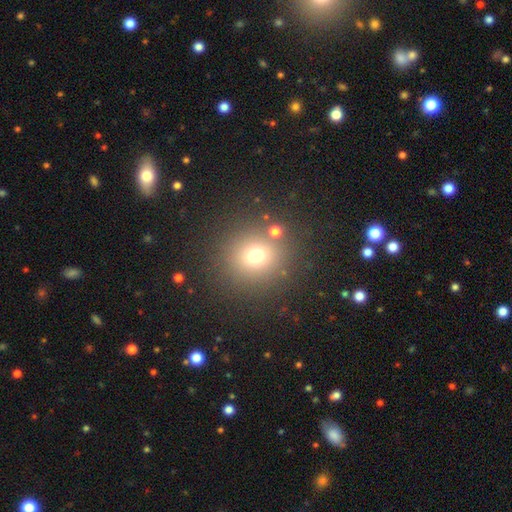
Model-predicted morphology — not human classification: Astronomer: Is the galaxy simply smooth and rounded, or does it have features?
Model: smooth — 70%.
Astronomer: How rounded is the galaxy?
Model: round — 89%.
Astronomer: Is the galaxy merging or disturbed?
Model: none — 81%.